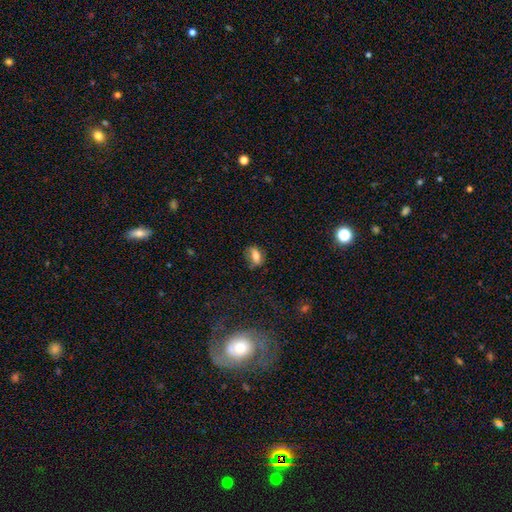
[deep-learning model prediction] This is likely a smooth galaxy (70%). How rounded: likely in between (77%). Merging: likely none (66%).